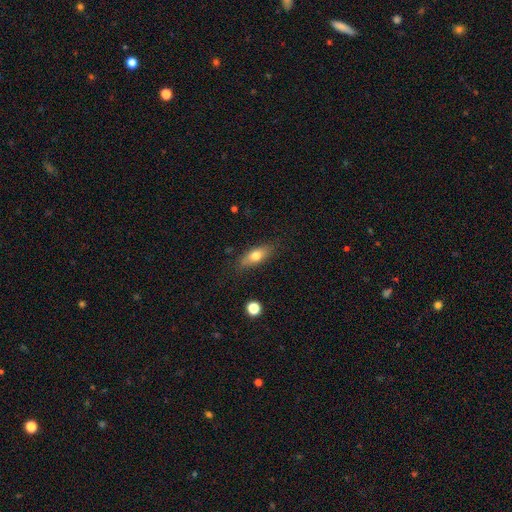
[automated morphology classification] A smooth galaxy with no disk features (70%) that is in between round and cigar-shaped (71%). Merging: none (81%).